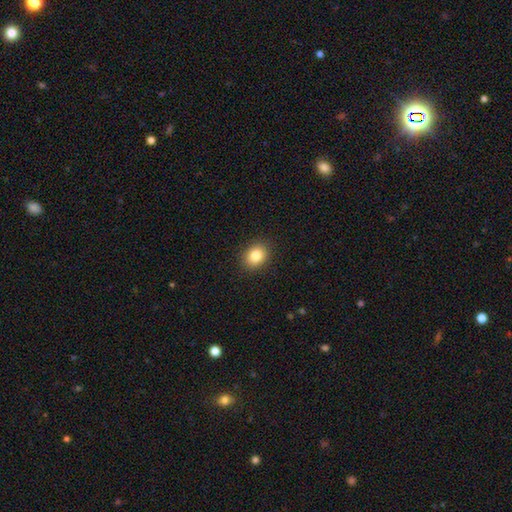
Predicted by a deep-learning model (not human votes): smooth_or_featured: smooth (p=0.84) [alt: star or artifact p=0.10]
how_rounded: round (p=0.51) [alt: in between p=0.48]
merging: none (p=0.89) [alt: minor disturbance p=0.07]